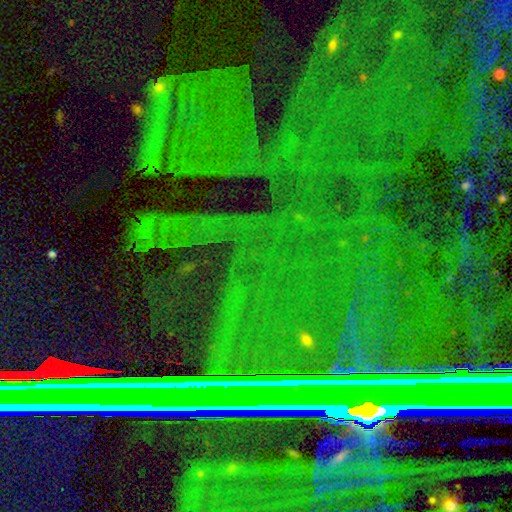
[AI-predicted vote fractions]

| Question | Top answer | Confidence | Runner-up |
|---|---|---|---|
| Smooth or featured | star or artifact | 84% | featured or disk (8%) |